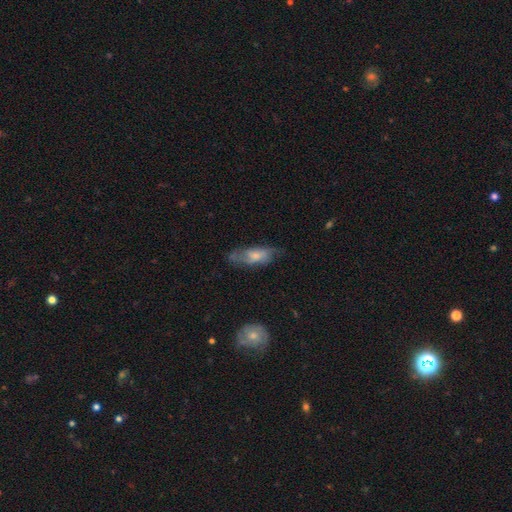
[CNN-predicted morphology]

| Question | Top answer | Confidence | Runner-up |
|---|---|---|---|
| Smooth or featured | smooth | 55% | featured or disk (38%) |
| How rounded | in between | 71% | cigar-shaped (26%) |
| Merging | none | 59% | minor disturbance (27%) |